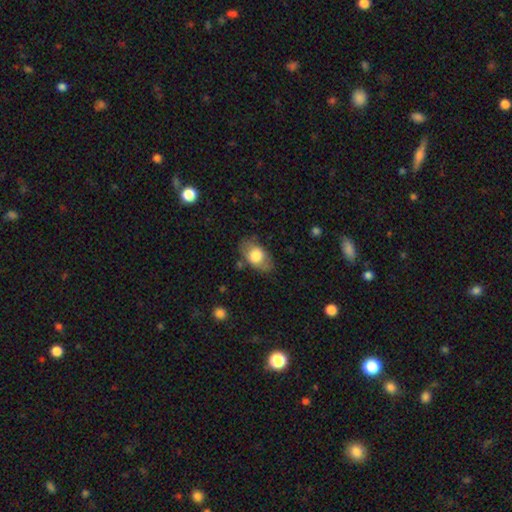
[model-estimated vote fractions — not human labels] smooth-or-featured: smooth: 69% | featured or disk: 25% | star or artifact: 6%
  how-rounded: in between: 88% | round: 10% | cigar-shaped: 2%
  merging: none: 73% | minor disturbance: 19% | major disturbance: 6% | merger: 2%